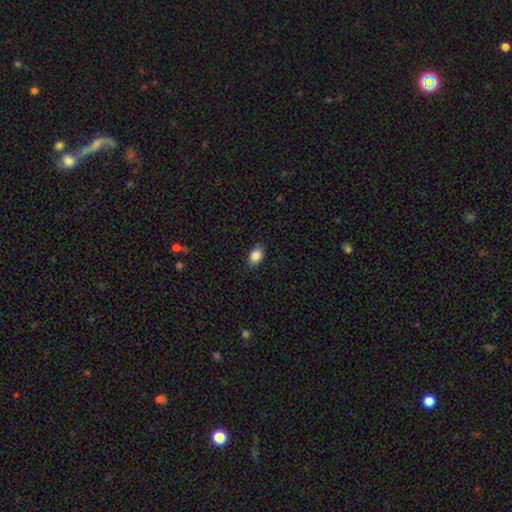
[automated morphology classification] smooth-or-featured: smooth: 87% | star or artifact: 8% | featured or disk: 5%
  how-rounded: in between: 86% | round: 13% | cigar-shaped: 1%
  merging: none: 88% | minor disturbance: 9% | major disturbance: 2% | merger: 1%